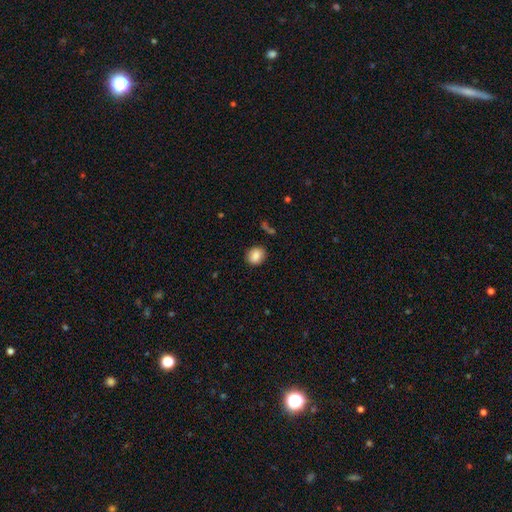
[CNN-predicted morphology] A smooth galaxy with no disk features (86%) that is round (60%).

Vote fractions:
- Smooth or featured? smooth: 86% / star or artifact: 9% / featured or disk: 5%
- How rounded? round: 60% / in between: 39% / cigar-shaped: 1%
- Merging? none: 83% / minor disturbance: 12% / major disturbance: 3% / merger: 2%